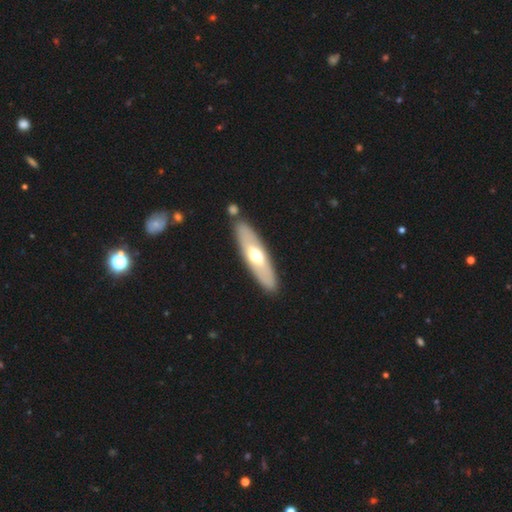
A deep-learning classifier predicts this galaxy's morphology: type=featured or disk (53%); edge-on=yes (53%); merging=none (86%).